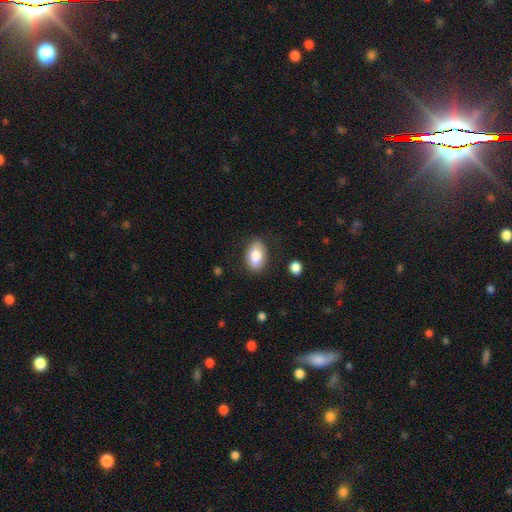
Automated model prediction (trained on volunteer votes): A smooth galaxy with no disk features (82%) that is in between round and cigar-shaped (90%).

Vote fractions:
- Smooth or featured? smooth: 82% / featured or disk: 12% / star or artifact: 7%
- How rounded? in between: 90% / round: 9% / cigar-shaped: 2%
- Merging? none: 79% / minor disturbance: 15% / major disturbance: 4% / merger: 2%